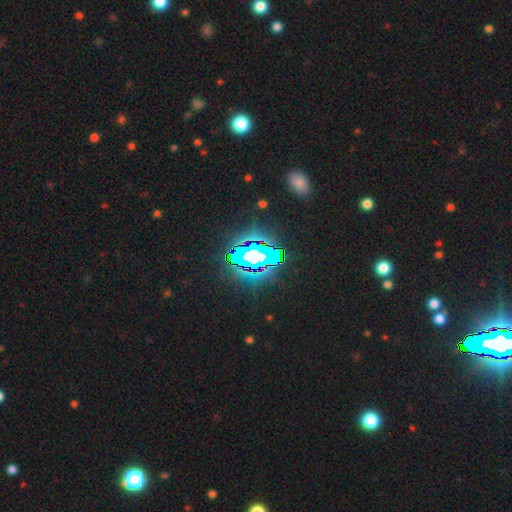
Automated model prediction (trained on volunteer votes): This is likely a star or artifact rather than a galaxy (69%).